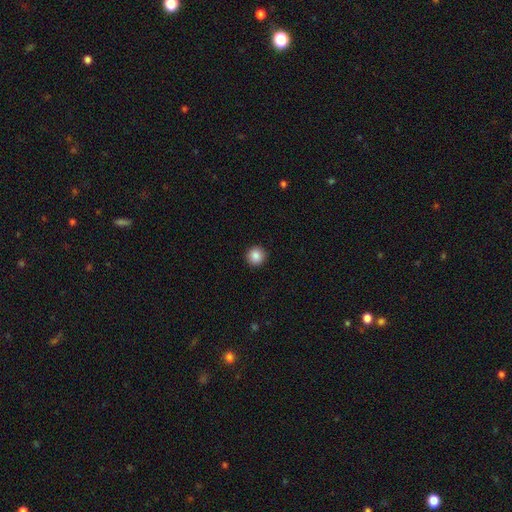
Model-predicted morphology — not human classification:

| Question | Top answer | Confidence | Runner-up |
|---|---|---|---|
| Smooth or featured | smooth | 87% | star or artifact (9%) |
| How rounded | round | 94% | in between (5%) |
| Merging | none | 93% | minor disturbance (4%) |